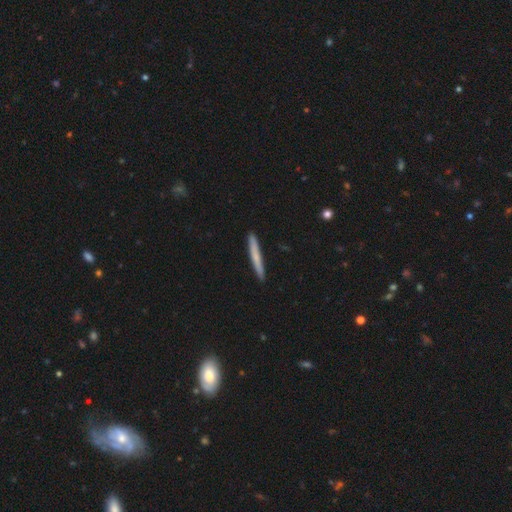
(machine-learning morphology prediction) Smooth or featured? smooth (66%)
How rounded? cigar-shaped (97%)
Merging? none (91%)